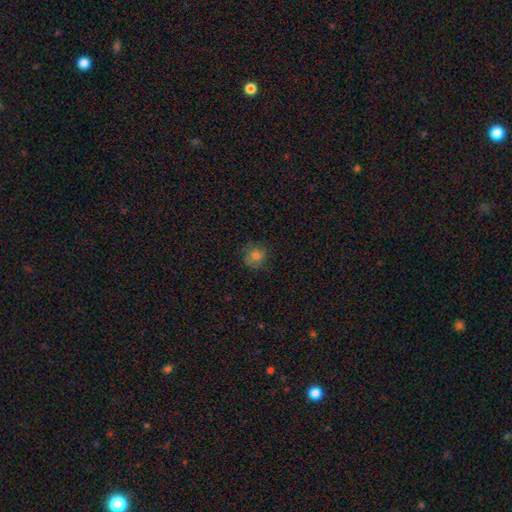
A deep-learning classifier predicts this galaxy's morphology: A smooth galaxy with no disk features (70%) that is round (84%). Merging: none (75%).